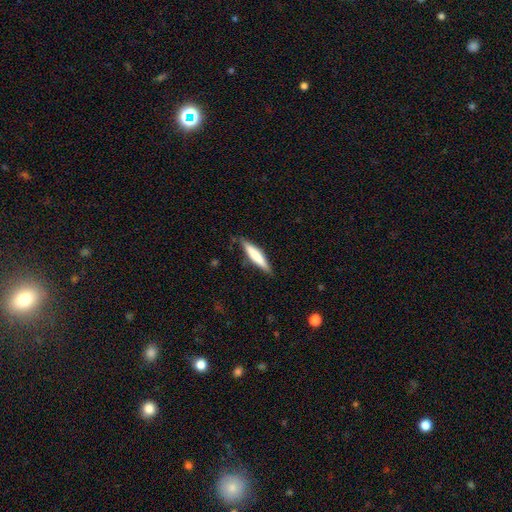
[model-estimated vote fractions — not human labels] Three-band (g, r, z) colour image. It shows a smooth galaxy with no disk features (68%) that is cigar-shaped (84%). Merging: none (84%).